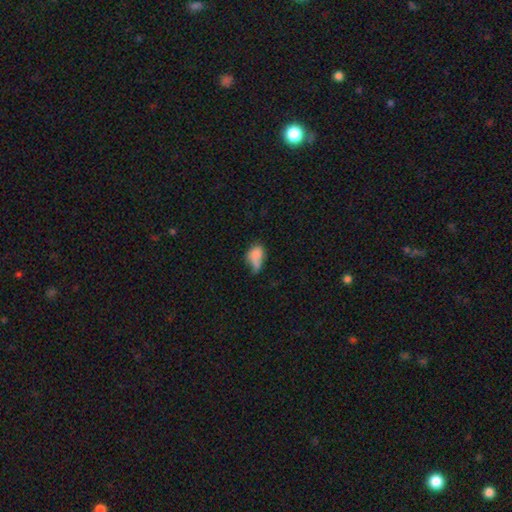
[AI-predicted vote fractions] Overall: smooth (74%). How rounded: in between (83%). Merging: minor disturbance (32%; none 26%).